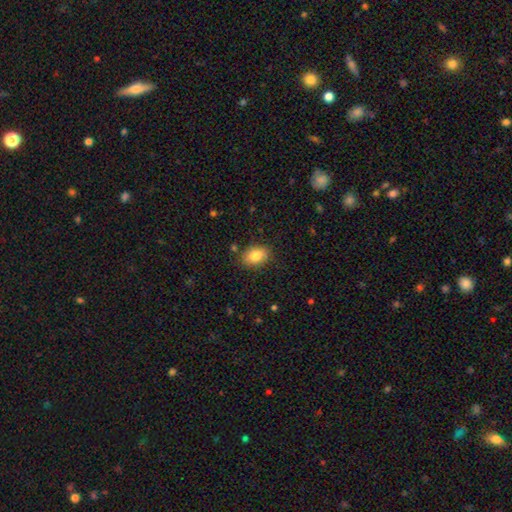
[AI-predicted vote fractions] smooth-or-featured: smooth: 82% | featured or disk: 10% | star or artifact: 8%
  how-rounded: in between: 81% | round: 18% | cigar-shaped: 1%
  merging: none: 85% | minor disturbance: 11% | major disturbance: 2% | merger: 2%